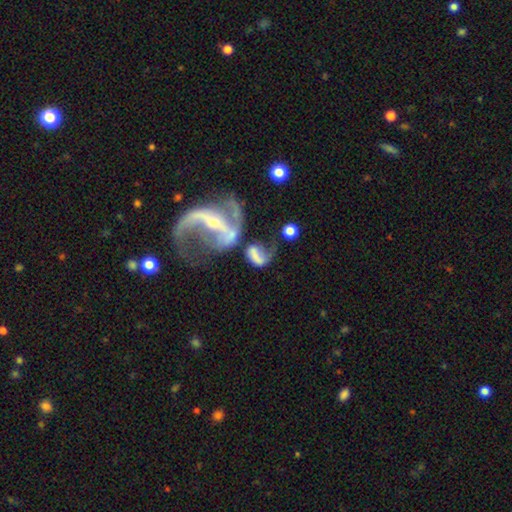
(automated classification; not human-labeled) featured or disk 56%, smooth 32%, star or artifact 12%. Down the decision tree: edge-on disk — no (95%); bar — no (42%); spiral arms — yes (61%); bulge size — none (33%); merging — merger (36%).